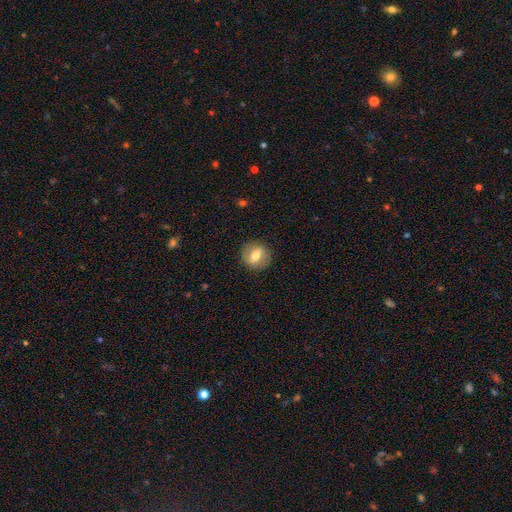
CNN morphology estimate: type=smooth (52%); roundness=round (79%); merging=none (86%).